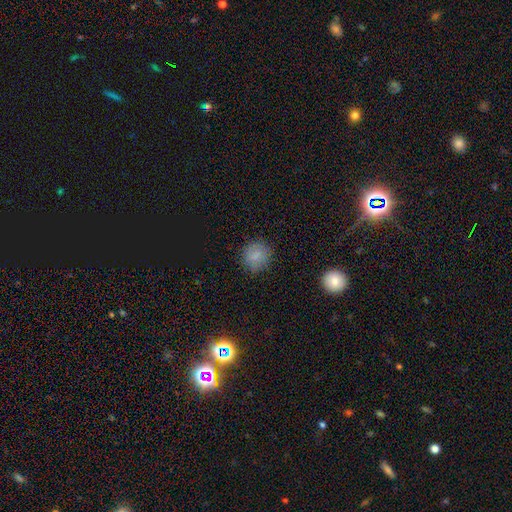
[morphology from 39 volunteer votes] type=smooth (87%); roundness=round (82%); merging=none (80%).